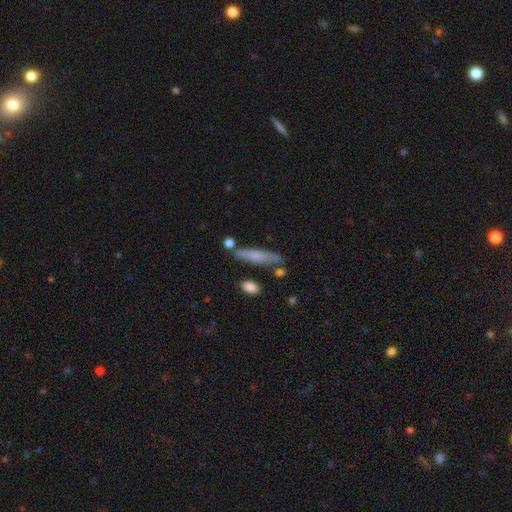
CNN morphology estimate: smooth_or_featured: smooth (p=0.65) [alt: featured or disk p=0.28]
how_rounded: cigar-shaped (p=0.84) [alt: in between p=0.14]
merging: none (p=0.74) [alt: minor disturbance p=0.15]